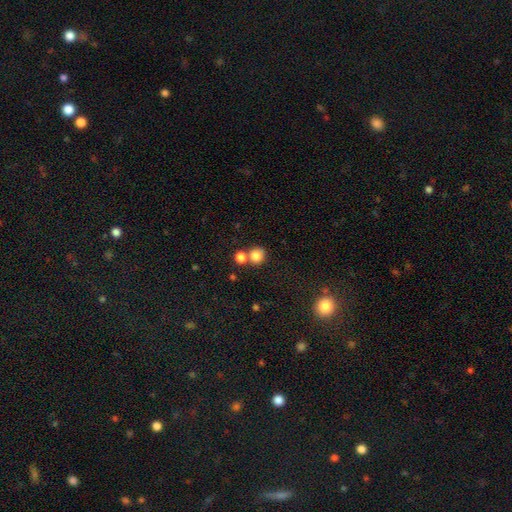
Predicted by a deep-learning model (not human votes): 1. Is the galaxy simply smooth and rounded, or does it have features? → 82% smooth, 11% star or artifact, 7% featured or disk.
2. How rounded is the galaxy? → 84% round, 15% in between, 1% cigar-shaped.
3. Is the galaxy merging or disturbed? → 59% none, 29% merger, 9% minor disturbance, 4% major disturbance.